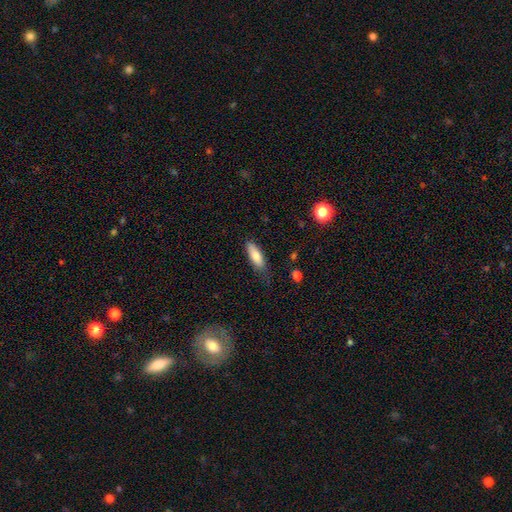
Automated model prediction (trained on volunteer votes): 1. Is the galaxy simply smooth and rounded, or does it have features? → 78% smooth, 16% featured or disk, 7% star or artifact.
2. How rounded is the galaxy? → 60% in between, 38% cigar-shaped, 2% round.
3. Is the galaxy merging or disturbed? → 72% none, 22% minor disturbance, 5% major disturbance, 2% merger.